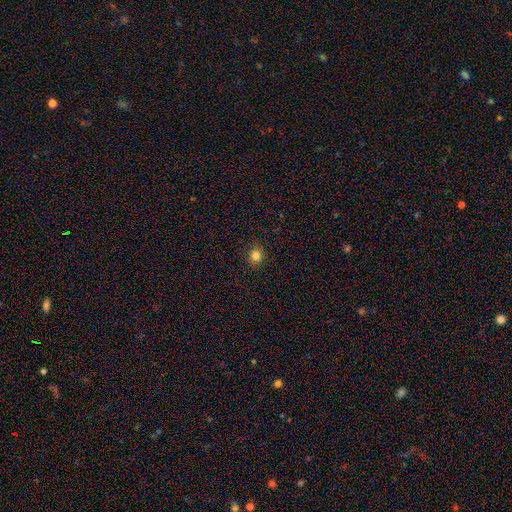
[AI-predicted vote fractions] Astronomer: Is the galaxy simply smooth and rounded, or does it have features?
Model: smooth — 82%.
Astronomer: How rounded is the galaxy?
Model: round — 76%.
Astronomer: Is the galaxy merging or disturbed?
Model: none — 89%.